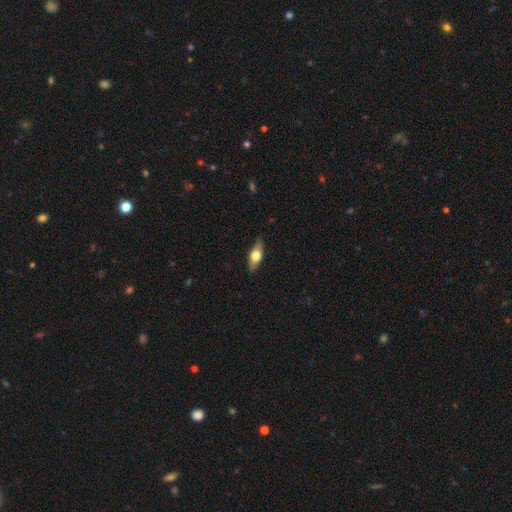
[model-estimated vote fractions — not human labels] smooth 54%, featured or disk 40%, star or artifact 6%. Down the decision tree: how rounded — in between (69%); merging — none (86%).